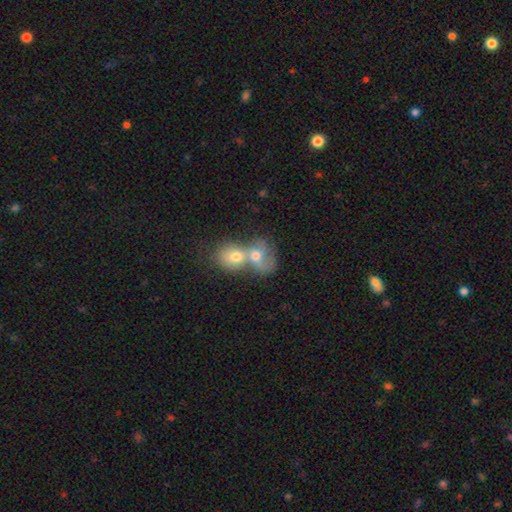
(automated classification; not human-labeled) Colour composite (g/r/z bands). It shows a smooth galaxy with no disk features (62%) that is round (52%). Merging: merger (78%).